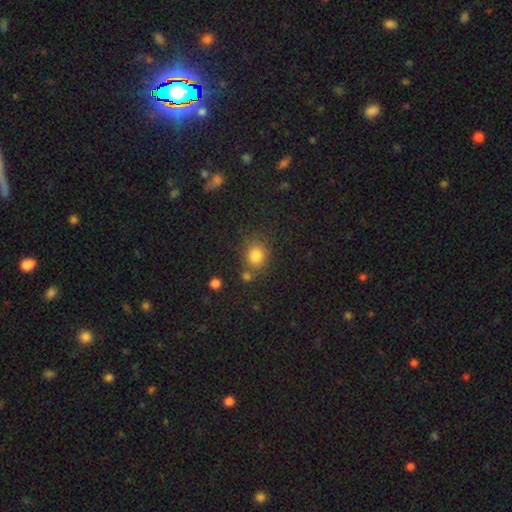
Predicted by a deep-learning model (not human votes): This appears to be a smooth galaxy with no disk features (82%) that is round (68%). Merging: none (70%).